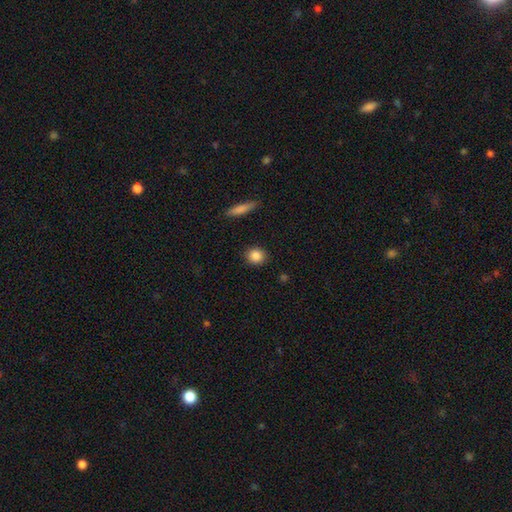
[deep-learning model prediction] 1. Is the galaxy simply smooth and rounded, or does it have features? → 86% smooth, 9% star or artifact, 5% featured or disk.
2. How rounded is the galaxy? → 81% round, 17% in between, 2% cigar-shaped.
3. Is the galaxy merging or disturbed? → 90% none, 6% minor disturbance, 2% major disturbance, 1% merger.